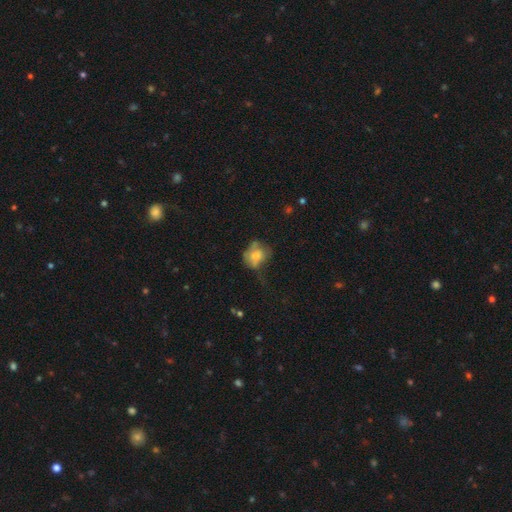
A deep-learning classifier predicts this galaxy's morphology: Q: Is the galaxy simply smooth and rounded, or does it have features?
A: smooth — 62%.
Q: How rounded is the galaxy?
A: in between — 60%.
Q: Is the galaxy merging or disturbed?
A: major disturbance — 32%, tied with none.